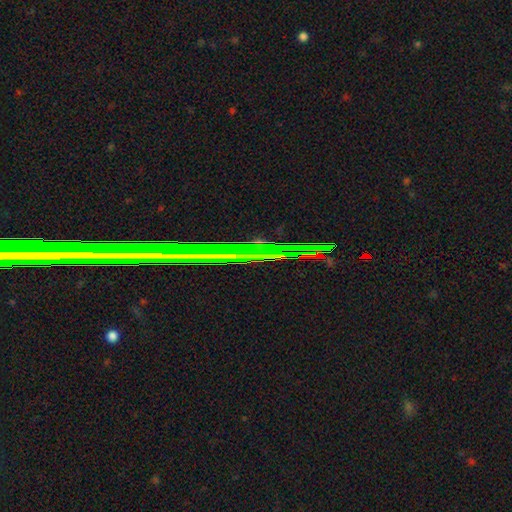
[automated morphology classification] Overall: star or artifact (76%).